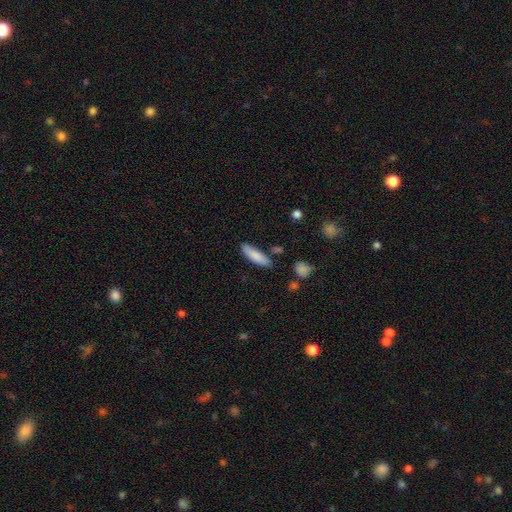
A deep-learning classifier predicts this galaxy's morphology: smooth-or-featured: smooth: 83% | featured or disk: 10% | star or artifact: 6%
  how-rounded: cigar-shaped: 56% | in between: 43% | round: 2%
  merging: none: 77% | minor disturbance: 15% | merger: 5% | major disturbance: 3%